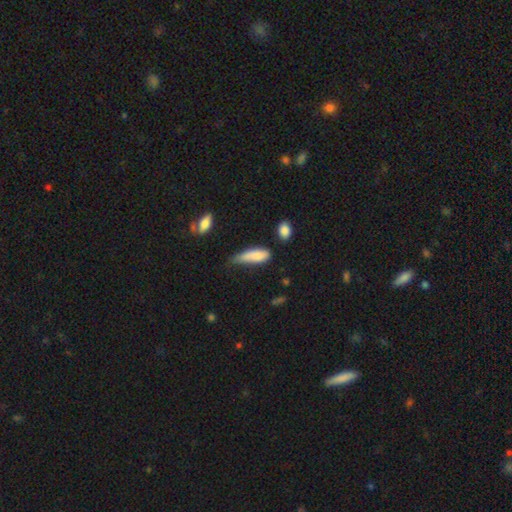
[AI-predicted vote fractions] Smooth or featured: smooth — 81% (featured or disk — 12%)
How rounded: in between — 51% (cigar-shaped — 46%)
Merging: minor disturbance — 48% (none — 27%)